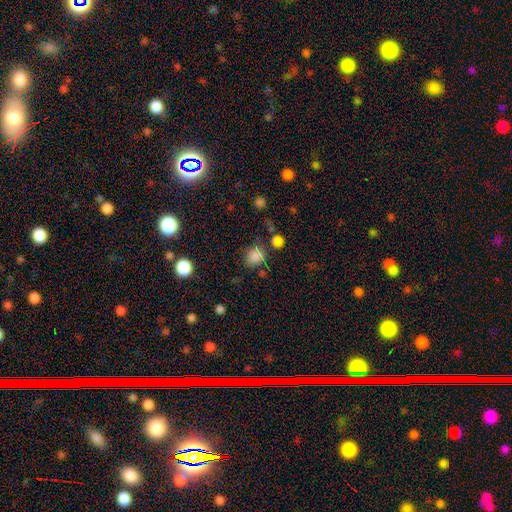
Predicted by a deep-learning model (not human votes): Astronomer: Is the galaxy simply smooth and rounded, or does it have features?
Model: smooth — 82%.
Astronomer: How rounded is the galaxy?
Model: round — 78%.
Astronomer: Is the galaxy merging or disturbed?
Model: none — 74%.